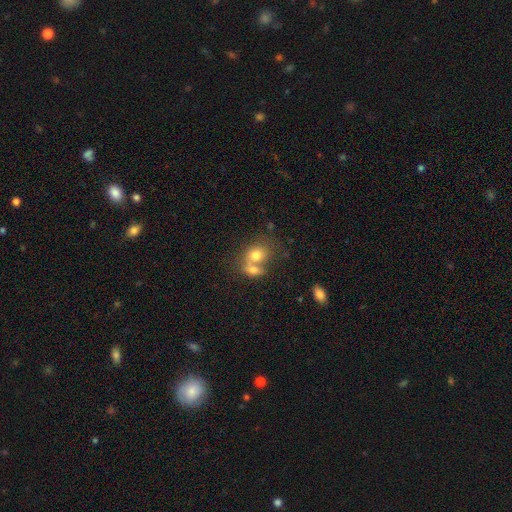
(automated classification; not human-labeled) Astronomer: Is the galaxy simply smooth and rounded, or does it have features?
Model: smooth — 72%.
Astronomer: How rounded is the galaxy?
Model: in between — 51% (runner-up: round, 48%).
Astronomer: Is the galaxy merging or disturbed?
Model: merger — 66%.